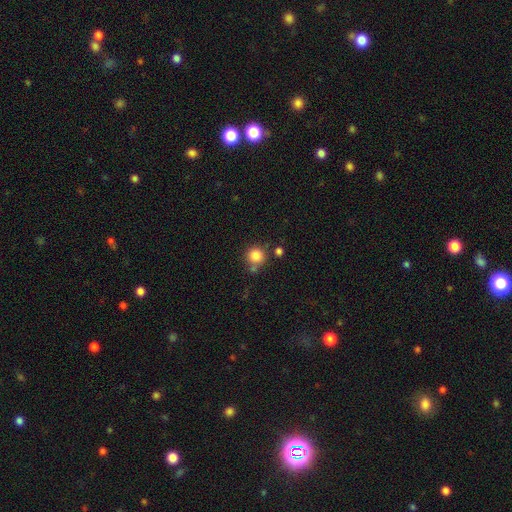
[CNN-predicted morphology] Overall: smooth (84%). How rounded: round (92%). Merging: none (69%).